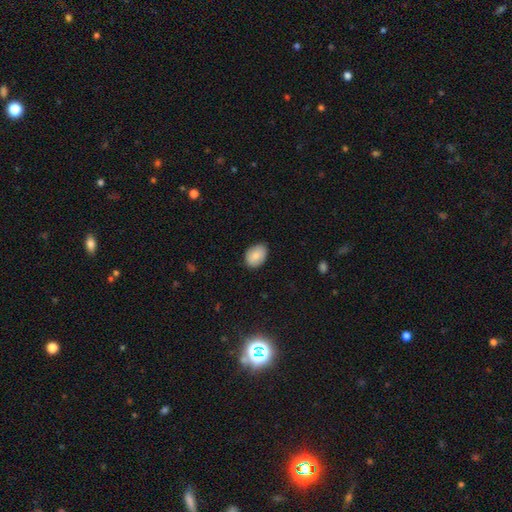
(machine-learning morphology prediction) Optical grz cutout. It shows a smooth galaxy with no disk features (83%) that is in between round and cigar-shaped (79%). Merging: none (82%).